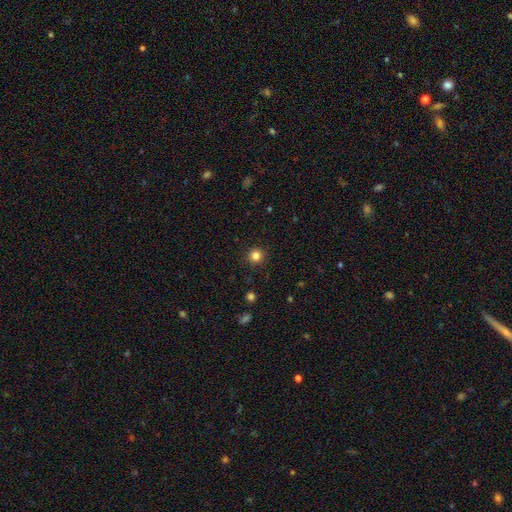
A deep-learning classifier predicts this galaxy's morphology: type=smooth (83%); roundness=round (94%); merging=none (91%).